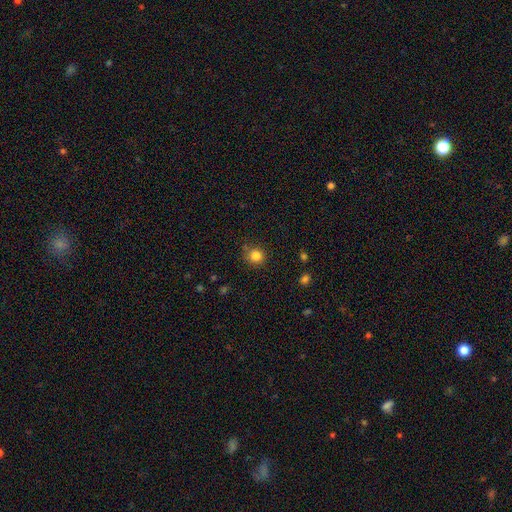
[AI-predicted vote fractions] A smooth galaxy with no disk features (84%) that is round (90%). Merging: none (79%).